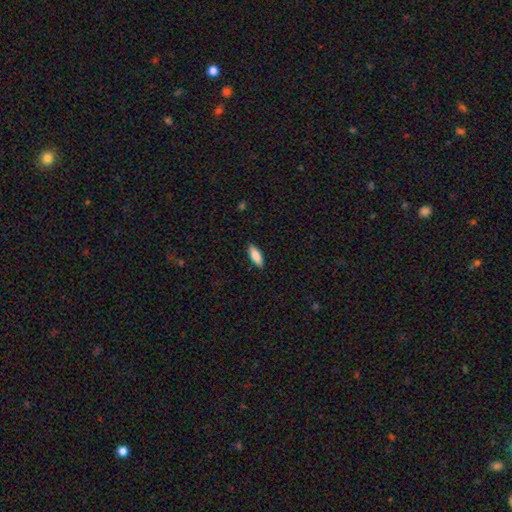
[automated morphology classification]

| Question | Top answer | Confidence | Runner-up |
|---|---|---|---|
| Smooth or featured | smooth | 86% | featured or disk (8%) |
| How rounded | in between | 72% | cigar-shaped (26%) |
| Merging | none | 88% | minor disturbance (9%) |